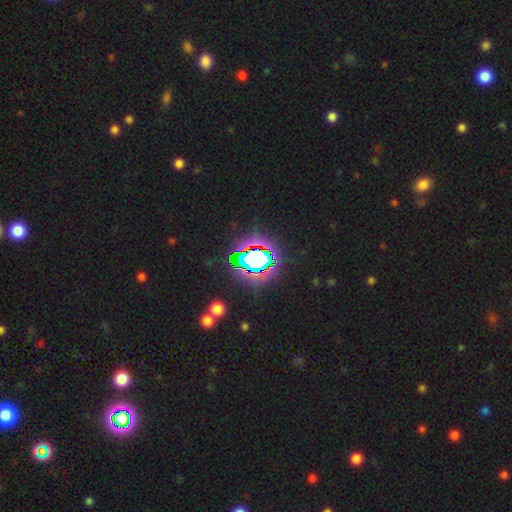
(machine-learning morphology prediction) A star or artifact, not a galaxy (73%).